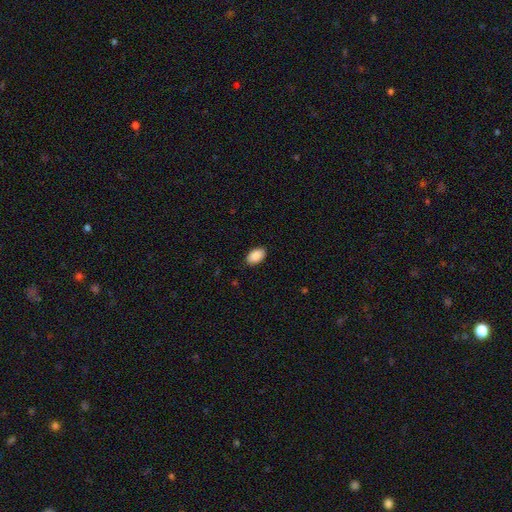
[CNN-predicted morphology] Overall: smooth (91%). How rounded: in between (93%). Merging: none (89%).